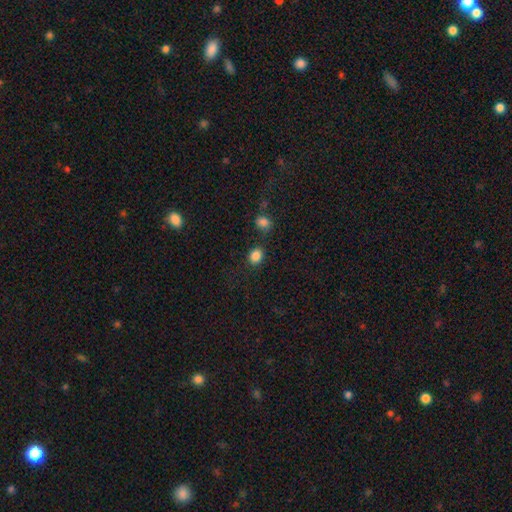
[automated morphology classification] type=smooth (85%); roundness=round (58%); merging=none (79%).